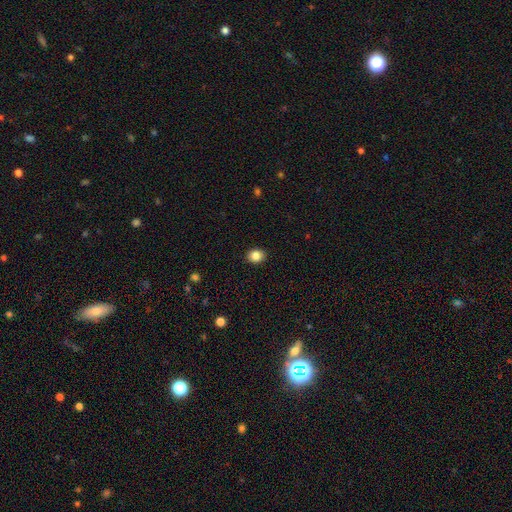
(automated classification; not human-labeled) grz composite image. It shows a smooth galaxy with no disk features (86%) that is round (61%). Merging: none (90%).